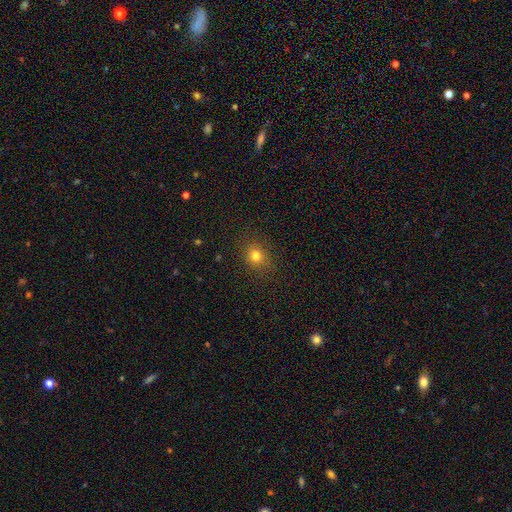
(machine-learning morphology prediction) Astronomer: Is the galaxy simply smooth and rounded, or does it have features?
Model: smooth — 78%.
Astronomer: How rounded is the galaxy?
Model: round — 68%.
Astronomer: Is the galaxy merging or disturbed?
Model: none — 87%.